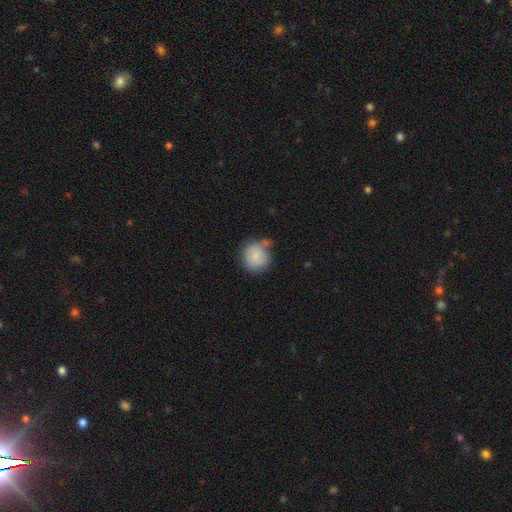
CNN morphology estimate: smooth_or_featured: smooth (p=0.83) [alt: featured or disk p=0.10]
how_rounded: round (p=0.87) [alt: in between p=0.12]
merging: none (p=0.57) [alt: minor disturbance p=0.21]